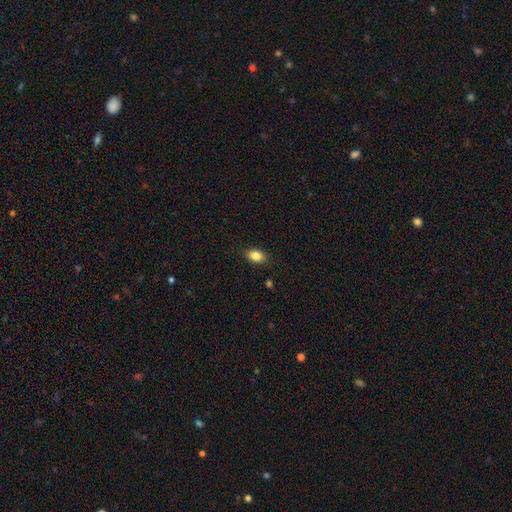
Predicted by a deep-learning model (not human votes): smooth 85%, star or artifact 9%, featured or disk 6%. Down the decision tree: how rounded — in between (77%); merging — none (86%).